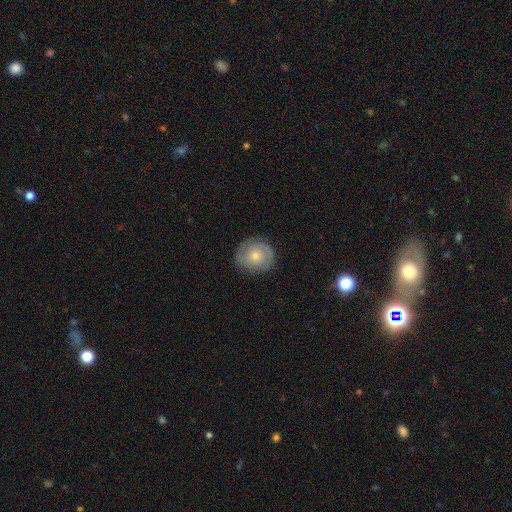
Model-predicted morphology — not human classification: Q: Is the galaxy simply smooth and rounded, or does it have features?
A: featured or disk — 55%.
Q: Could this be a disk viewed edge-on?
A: no — 97%.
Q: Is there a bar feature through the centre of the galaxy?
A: no — 78%.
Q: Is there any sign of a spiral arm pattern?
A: yes — 85%.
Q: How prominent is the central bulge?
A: moderate — 50%.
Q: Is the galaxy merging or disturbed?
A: none — 83%.